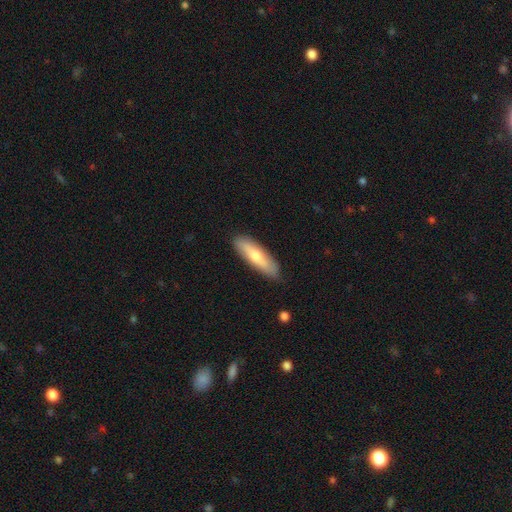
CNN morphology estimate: Smooth or featured: smooth — 61% (featured or disk — 33%)
How rounded: cigar-shaped — 60% (in between — 38%)
Merging: none — 88% (minor disturbance — 9%)